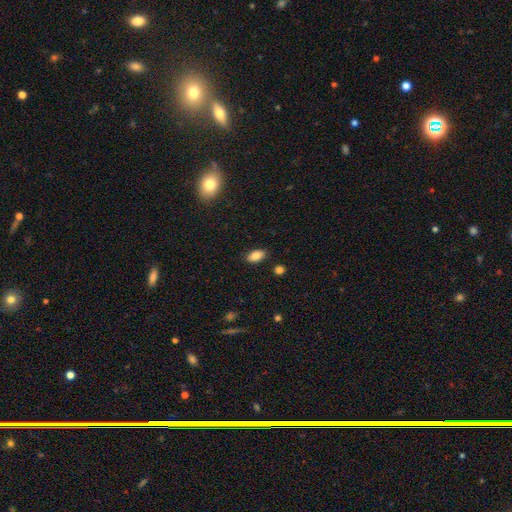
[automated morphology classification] A smooth galaxy with no disk features (85%) that is in between round and cigar-shaped (91%). Merging: none (86%).